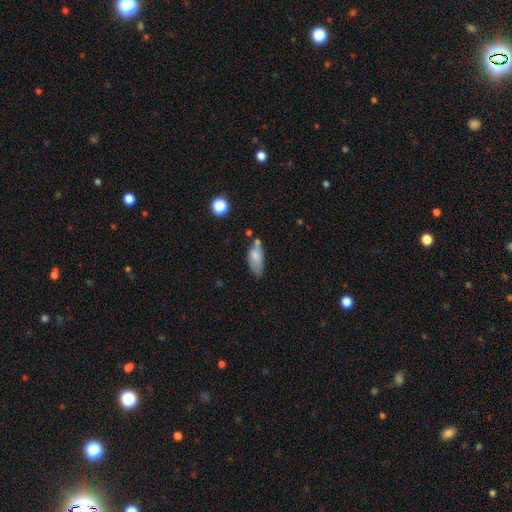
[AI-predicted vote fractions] The model was most divided on "merging": none: 39%, minor disturbance: 32%, merger: 16%, major disturbance: 13%. More confident: how rounded — in between (84%); smooth or featured — smooth (71%).